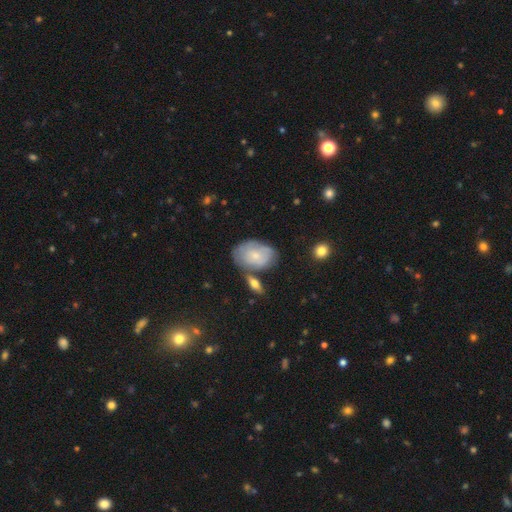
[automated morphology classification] A smooth galaxy with no disk features (56%) that is in between round and cigar-shaped (84%).

Vote fractions:
- Smooth or featured? smooth: 56% / featured or disk: 37% / star or artifact: 7%
- How rounded? in between: 84% / round: 14% / cigar-shaped: 1%
- Merging? none: 57% / minor disturbance: 23% / merger: 13% / major disturbance: 7%